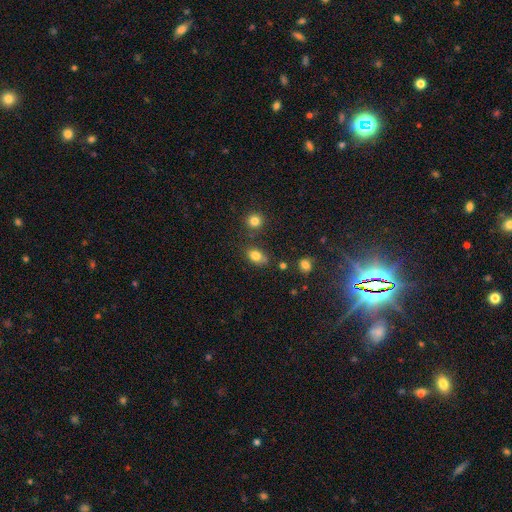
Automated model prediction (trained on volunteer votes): smooth_or_featured: smooth (p=0.81) [alt: star or artifact p=0.11]
how_rounded: in between (p=0.78) [alt: round p=0.20]
merging: none (p=0.63) [alt: minor disturbance p=0.22]